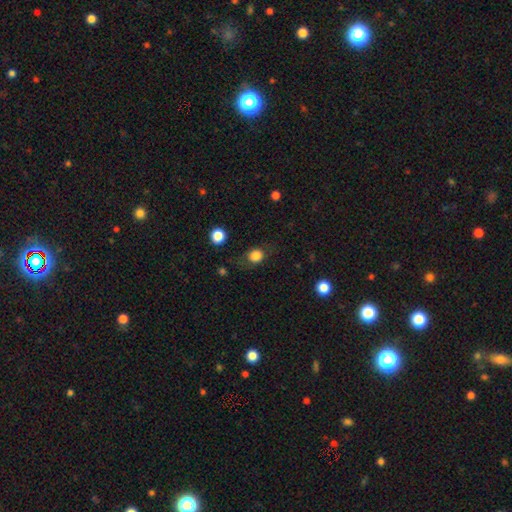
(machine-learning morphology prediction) smooth-or-featured: smooth: 81% | star or artifact: 10% | featured or disk: 9%
  how-rounded: round: 68% | in between: 30% | cigar-shaped: 1%
  merging: none: 69% | minor disturbance: 19% | major disturbance: 10% | merger: 2%